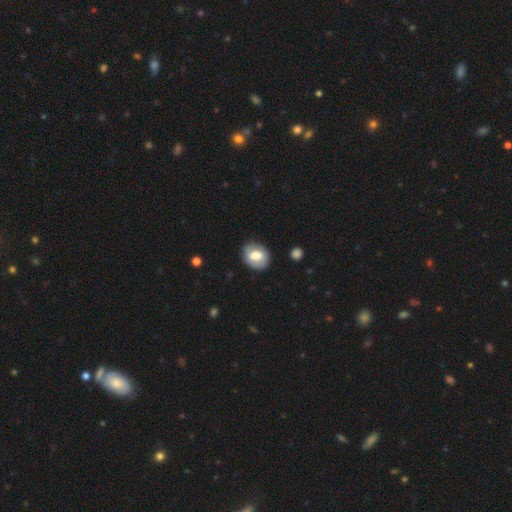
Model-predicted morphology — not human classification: type=smooth (66%); roundness=in between (61%); merging=none (81%).